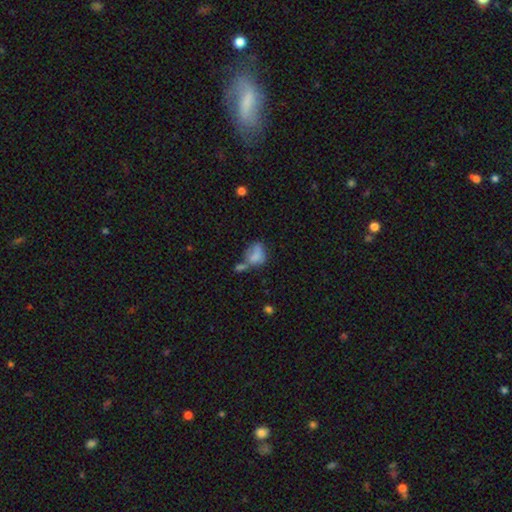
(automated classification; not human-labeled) smooth-or-featured: smooth: 72% | featured or disk: 18% | star or artifact: 11%
  how-rounded: in between: 66% | round: 32% | cigar-shaped: 2%
  merging: merger: 37% | none: 26% | minor disturbance: 20% | major disturbance: 18%